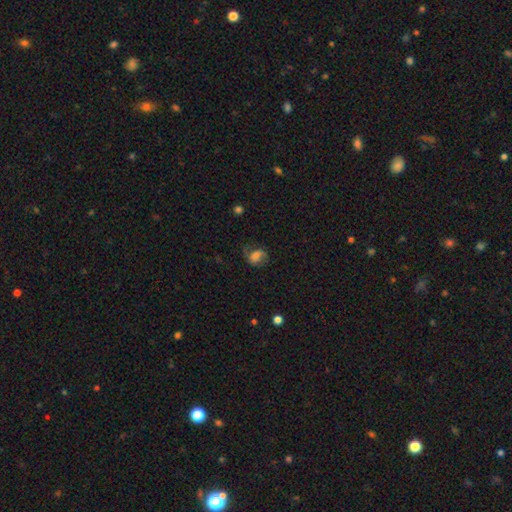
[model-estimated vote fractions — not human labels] This appears to be a smooth galaxy with no disk features (49%). Merging: none (52%).